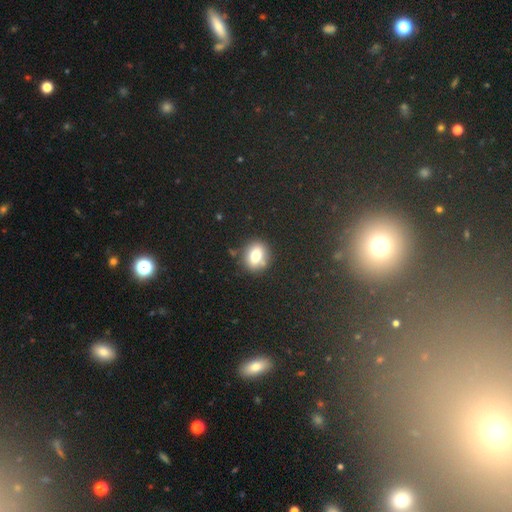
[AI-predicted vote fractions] Q: Smooth or featured?
A: smooth (75%); runner-up: featured or disk (13%)
Q: How rounded?
A: round (56%); runner-up: in between (43%)
Q: Merging?
A: none (78%); runner-up: minor disturbance (12%)